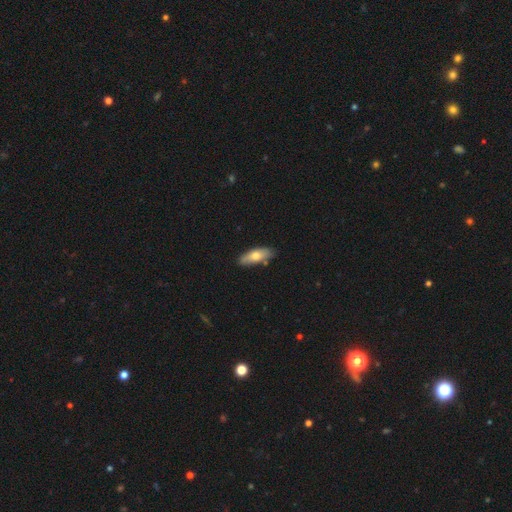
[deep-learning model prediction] Smooth or featured? smooth (67%)
How rounded? in between (71%)
Merging? none (81%)